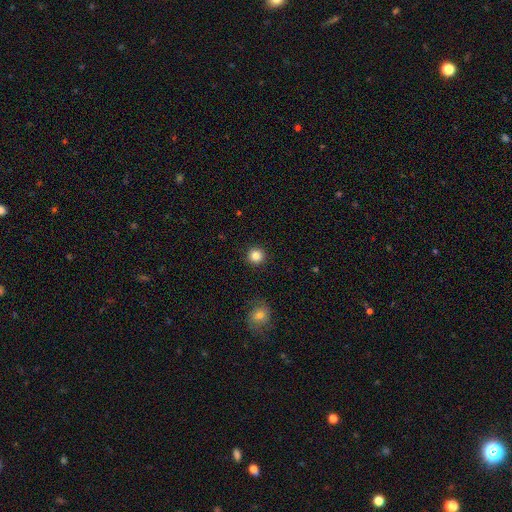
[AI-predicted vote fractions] This is clearly a smooth galaxy (84%). How rounded: clearly round (95%). Merging: clearly none (92%).